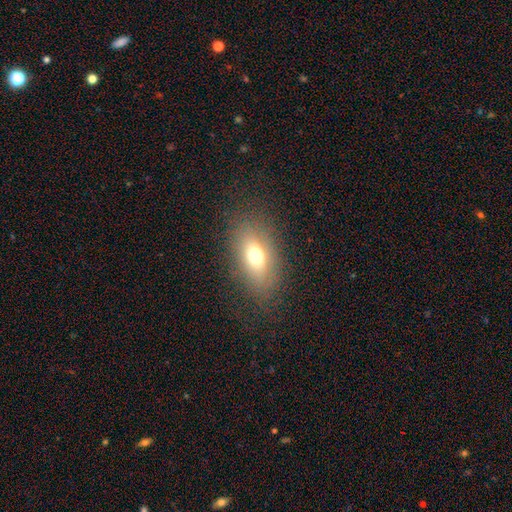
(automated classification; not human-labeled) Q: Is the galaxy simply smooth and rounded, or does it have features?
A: smooth — 68%.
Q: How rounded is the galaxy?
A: in between — 84%.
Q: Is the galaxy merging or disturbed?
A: none — 81%.